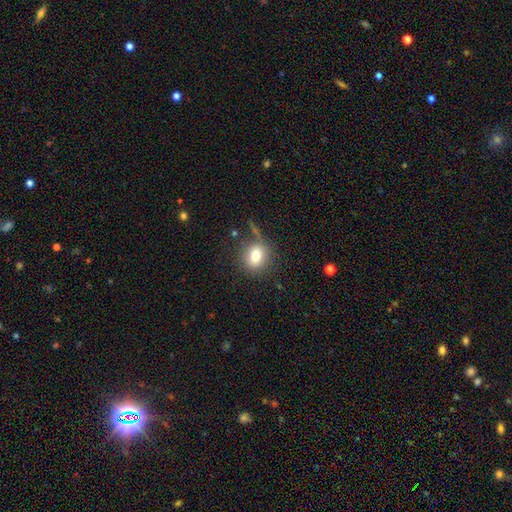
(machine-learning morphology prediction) Smooth or featured?
  - smooth: 75% *
  - featured or disk: 13%
  - star or artifact: 11%
How rounded?
  - round: 74% *
  - in between: 25%
  - cigar-shaped: 1%
Merging?
  - none: 73% *
  - minor disturbance: 14%
  - major disturbance: 8%
  - merger: 5%